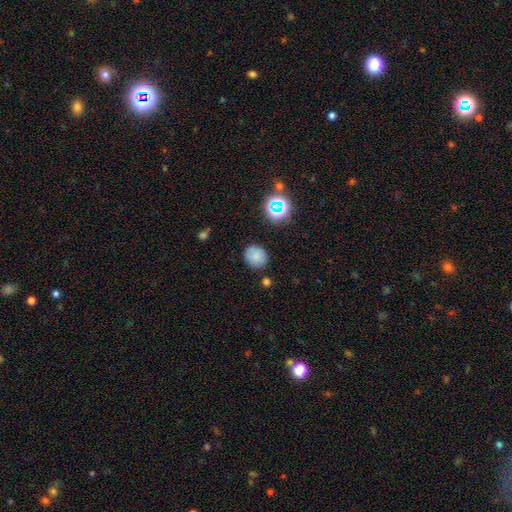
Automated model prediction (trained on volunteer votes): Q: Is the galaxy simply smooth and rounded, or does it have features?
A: smooth — 77%.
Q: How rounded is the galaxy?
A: round — 76%.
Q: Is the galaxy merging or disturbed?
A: none — 82%.